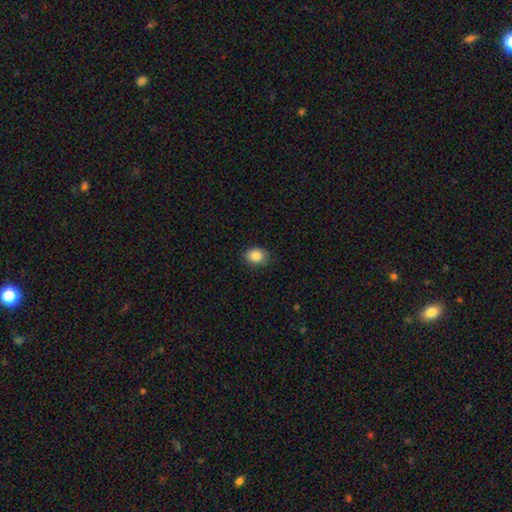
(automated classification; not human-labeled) A smooth galaxy with no disk features (85%) that is in between round and cigar-shaped (53%). Merging: none (82%).